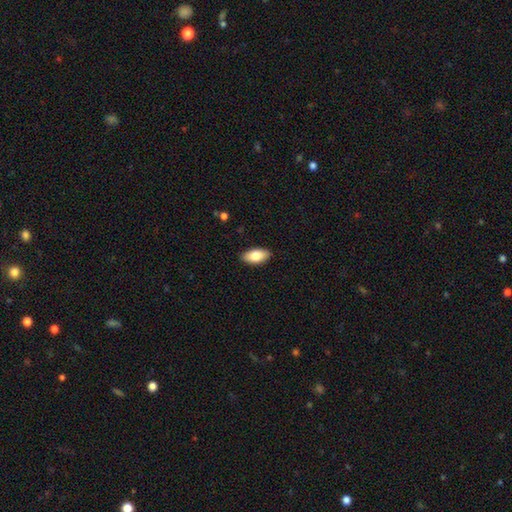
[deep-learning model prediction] A smooth galaxy with no disk features (82%) that is in between round and cigar-shaped (92%). Merging: none (89%).